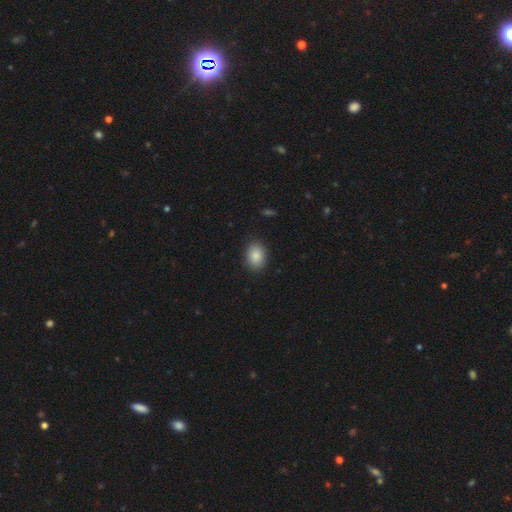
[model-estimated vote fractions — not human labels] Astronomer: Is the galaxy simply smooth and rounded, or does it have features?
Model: smooth — 87%.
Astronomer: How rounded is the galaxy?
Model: in between — 71%.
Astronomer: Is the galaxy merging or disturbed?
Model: none — 88%.